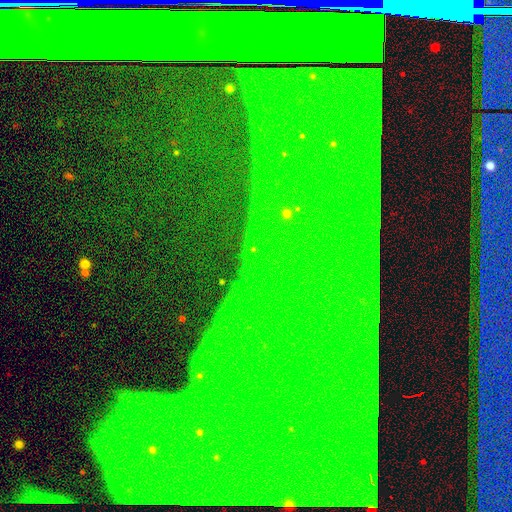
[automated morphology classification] Q: Smooth or featured?
A: star or artifact (87%); runner-up: featured or disk (7%)